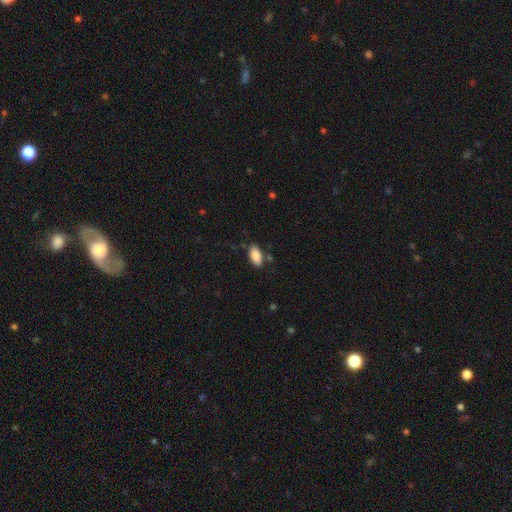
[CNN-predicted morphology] A smooth galaxy with no disk features (87%) that is in between round and cigar-shaped (92%).

Vote fractions:
- Smooth or featured? smooth: 87% / star or artifact: 7% / featured or disk: 6%
- How rounded? in between: 92% / cigar-shaped: 5% / round: 2%
- Merging? none: 78% / minor disturbance: 14% / merger: 4% / major disturbance: 3%